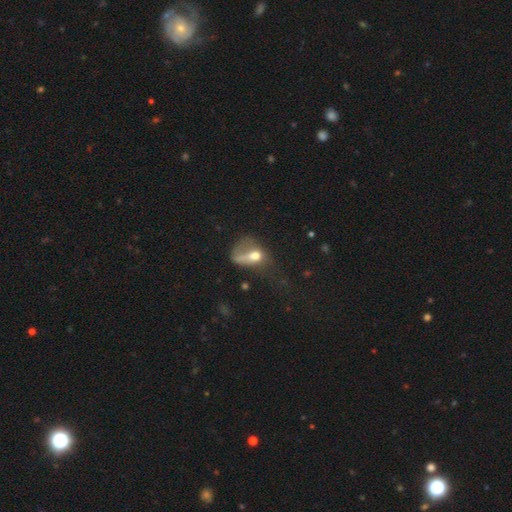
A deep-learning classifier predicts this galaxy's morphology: A smooth galaxy with no disk features (57%) that is in between round and cigar-shaped (66%). Merging: major disturbance (55%).